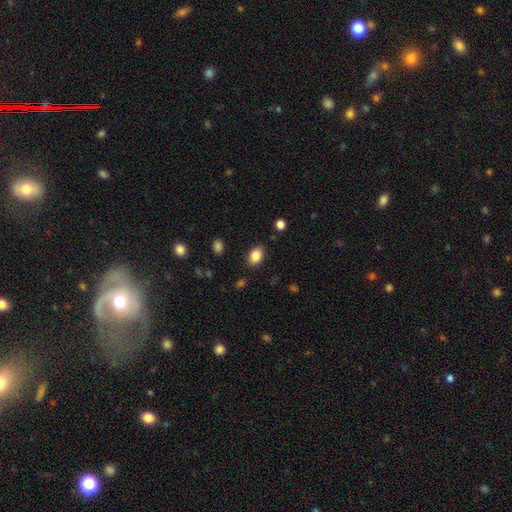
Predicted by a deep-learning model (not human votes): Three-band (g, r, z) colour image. It shows a smooth galaxy with no disk features (85%) that is in between round and cigar-shaped (82%). Merging: none (84%).